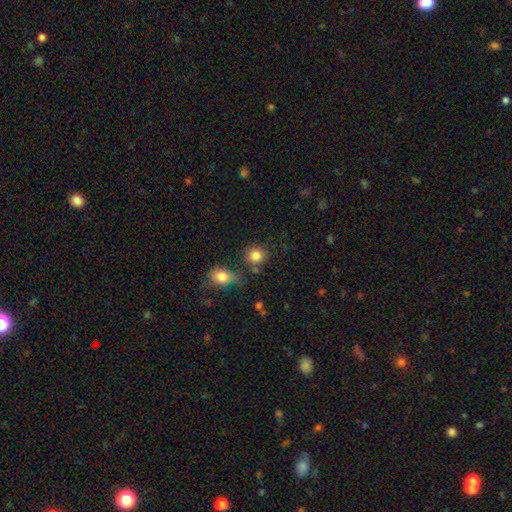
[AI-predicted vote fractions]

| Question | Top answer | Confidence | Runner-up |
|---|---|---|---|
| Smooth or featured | smooth | 83% | star or artifact (11%) |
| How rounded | round | 85% | in between (14%) |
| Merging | none | 72% | merger (13%) |